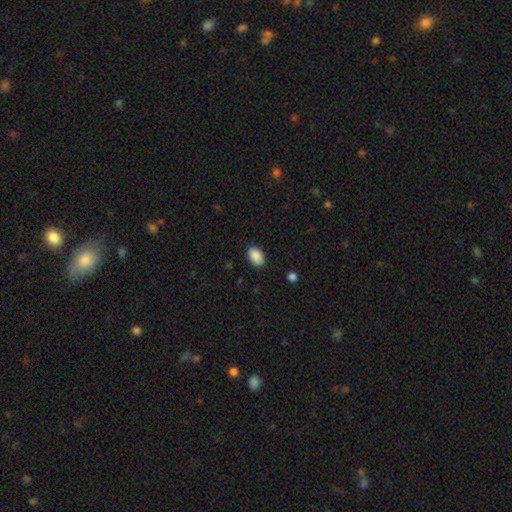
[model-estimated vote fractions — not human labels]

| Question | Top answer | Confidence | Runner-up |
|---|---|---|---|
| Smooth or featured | smooth | 89% | star or artifact (8%) |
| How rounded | in between | 90% | round (9%) |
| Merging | none | 86% | minor disturbance (11%) |